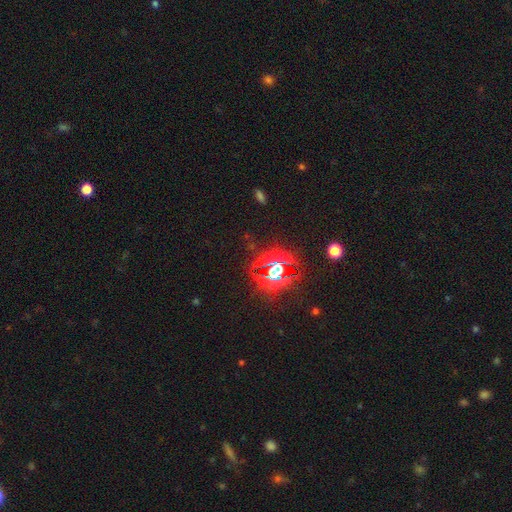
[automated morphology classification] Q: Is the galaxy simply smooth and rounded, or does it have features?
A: star or artifact — 79%.